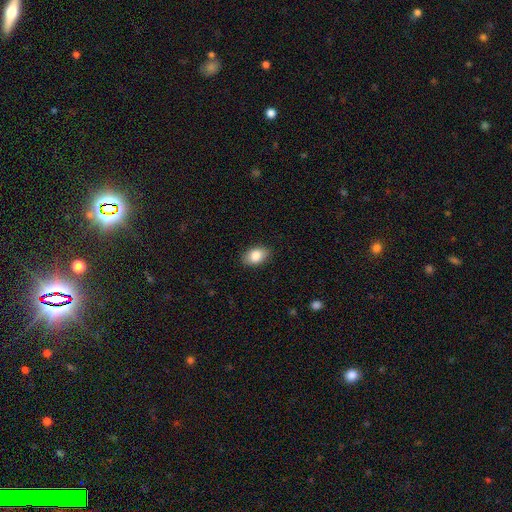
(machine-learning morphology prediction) A smooth galaxy with no disk features (84%) that is in between round and cigar-shaped (87%). Merging: none (88%).